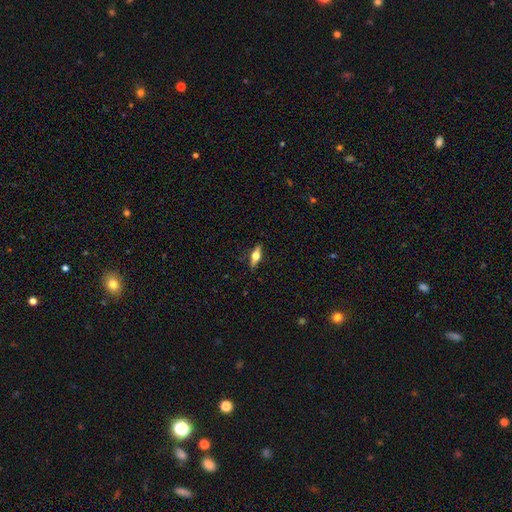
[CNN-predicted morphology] The model was most divided on "smooth or featured": featured or disk: 55%, smooth: 38%, star or artifact: 7%. More confident: edge-on bulge — rounded (95%); edge-on disk — yes (93%); merging — none (88%).